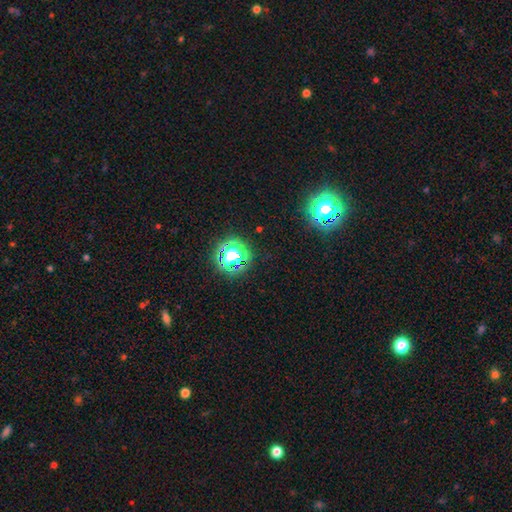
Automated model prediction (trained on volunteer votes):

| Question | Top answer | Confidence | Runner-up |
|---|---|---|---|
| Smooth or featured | star or artifact | 78% | smooth (16%) |